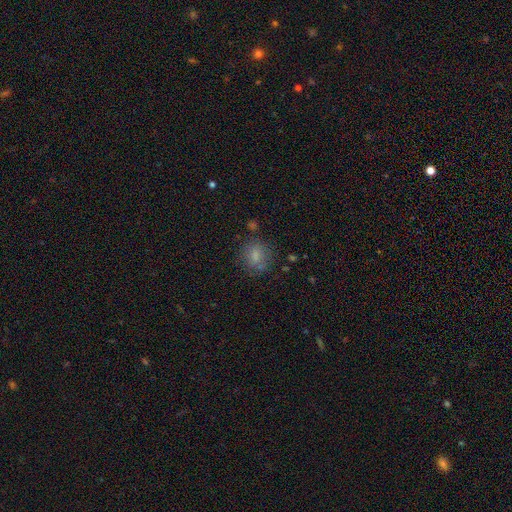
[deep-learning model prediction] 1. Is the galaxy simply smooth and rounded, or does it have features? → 75% smooth, 13% featured or disk, 12% star or artifact.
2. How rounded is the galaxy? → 71% round, 27% in between, 1% cigar-shaped.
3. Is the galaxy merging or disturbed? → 70% none, 17% minor disturbance, 7% major disturbance, 6% merger.